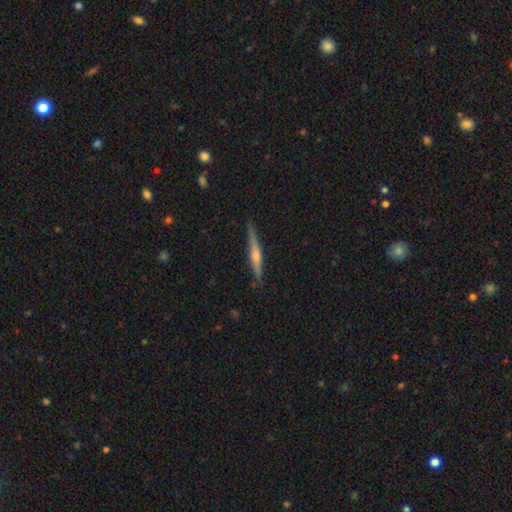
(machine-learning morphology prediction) A featured or disk galaxy (74%) viewed edge-on (98%) with a rounded central bulge (86%). Merging: none (89%).